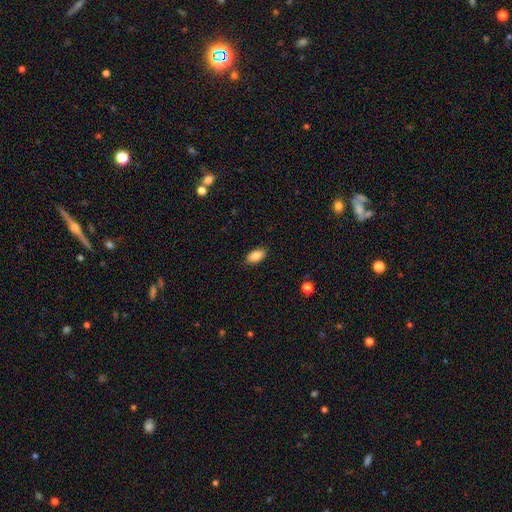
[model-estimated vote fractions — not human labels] The model was most divided on "merging": none: 88%, minor disturbance: 9%, major disturbance: 2%, merger: 1%. More confident: how rounded — in between (93%); smooth or featured — smooth (87%).